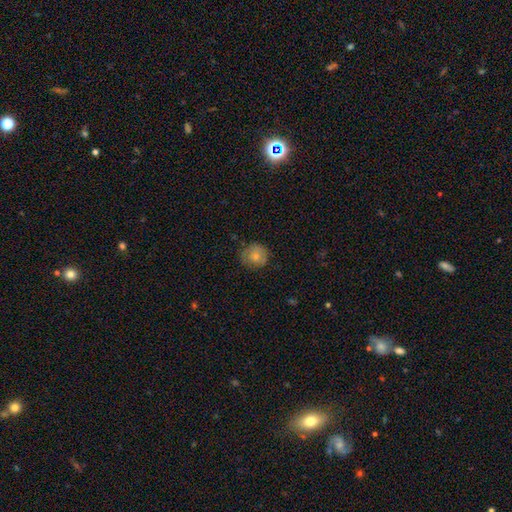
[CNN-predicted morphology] The model was most divided on "smooth or featured": smooth: 72%, featured or disk: 20%, star or artifact: 8%. More confident: how rounded — round (87%); merging — none (73%).